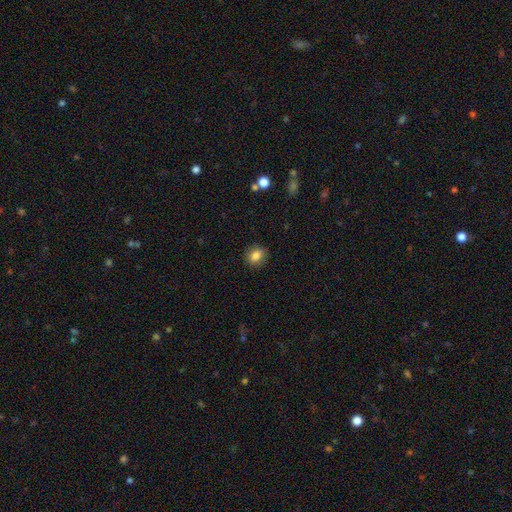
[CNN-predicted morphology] Smooth or featured? smooth (83%)
How rounded? round (55%)
Merging? none (88%)